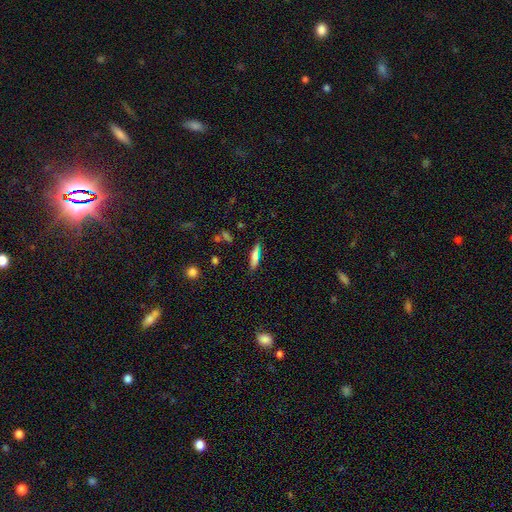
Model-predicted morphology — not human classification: smooth_or_featured: smooth (p=0.62) [alt: featured or disk p=0.26]
how_rounded: cigar-shaped (p=0.71) [alt: in between p=0.27]
merging: none (p=0.82) [alt: minor disturbance p=0.12]